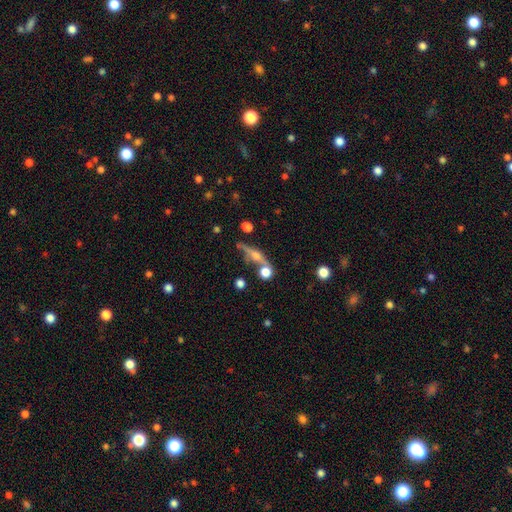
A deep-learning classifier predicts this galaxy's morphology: Smooth or featured?
  - featured or disk: 64% *
  - smooth: 26%
  - star or artifact: 11%
Edge-on disk?
  - yes: 91% *
  - no: 9%
Edge-on bulge?
  - rounded: 88% *
  - boxy: 6%
  - none: 5%
Merging?
  - none: 65% *
  - merger: 16%
  - minor disturbance: 13%
  - major disturbance: 6%